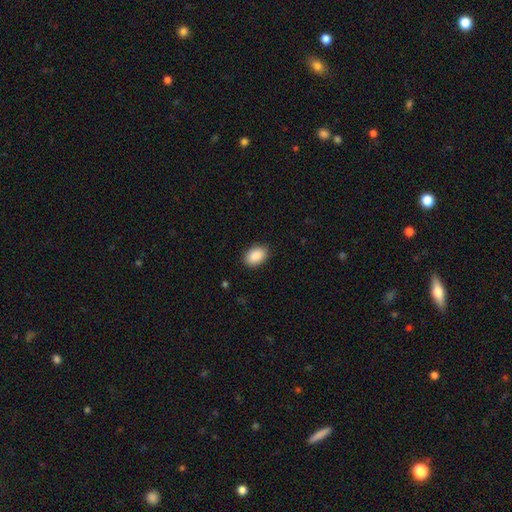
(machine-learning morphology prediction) The model was most divided on "how rounded": in between: 86%, round: 13%, cigar-shaped: 1%. More confident: smooth or featured — smooth (90%); merging — none (88%).